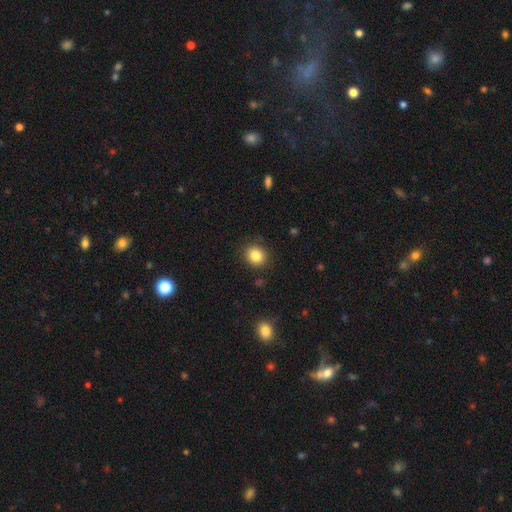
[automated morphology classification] smooth-or-featured: smooth: 84% | star or artifact: 10% | featured or disk: 6%
  how-rounded: round: 79% | in between: 20% | cigar-shaped: 1%
  merging: none: 87% | minor disturbance: 9% | major disturbance: 3% | merger: 1%